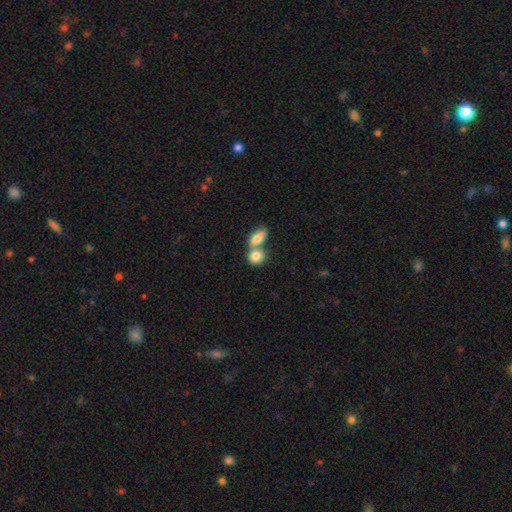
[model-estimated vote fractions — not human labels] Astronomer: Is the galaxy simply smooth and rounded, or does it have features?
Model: smooth — 83%.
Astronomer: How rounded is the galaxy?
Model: round — 51% (runner-up: in between, 46%).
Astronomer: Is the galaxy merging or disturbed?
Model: merger — 60%.